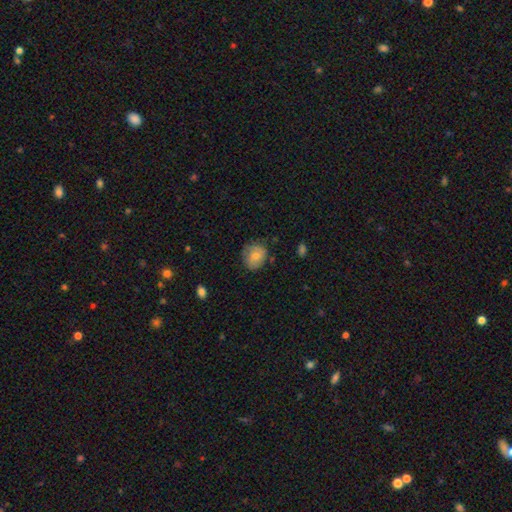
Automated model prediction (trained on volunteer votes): Smooth or featured? Predicted: smooth (p=0.76). How rounded? Predicted: round (p=0.67). Merging? Predicted: none (p=0.67).